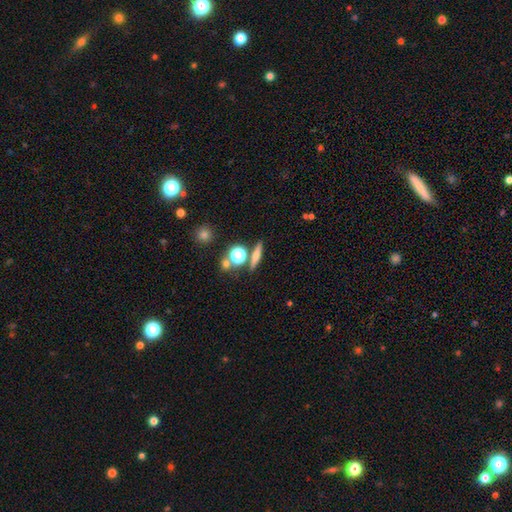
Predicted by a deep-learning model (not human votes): Q: Smooth or featured?
A: smooth (57%); runner-up: featured or disk (28%)
Q: How rounded?
A: cigar-shaped (63%); runner-up: round (20%)
Q: Merging?
A: none (77%); runner-up: merger (11%)